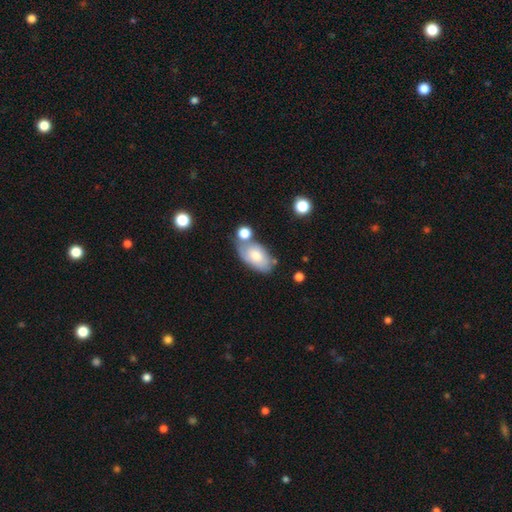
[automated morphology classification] The model was most divided on "merging": none: 50%, merger: 21%, minor disturbance: 21%, major disturbance: 7%. More confident: how rounded — in between (93%); smooth or featured — smooth (69%).